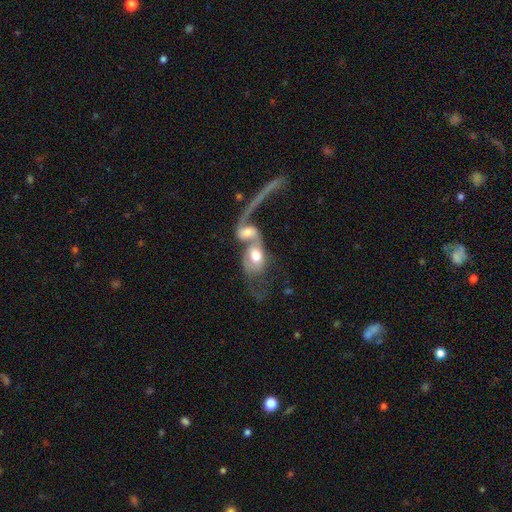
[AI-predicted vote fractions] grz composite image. It shows a featured or disk galaxy (54%). Merging: merger (78%).